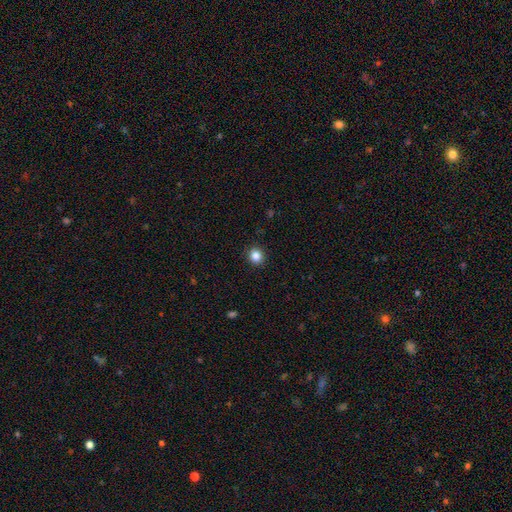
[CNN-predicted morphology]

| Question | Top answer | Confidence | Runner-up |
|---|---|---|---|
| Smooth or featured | smooth | 85% | star or artifact (11%) |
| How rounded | round | 87% | in between (12%) |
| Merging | none | 92% | minor disturbance (6%) |